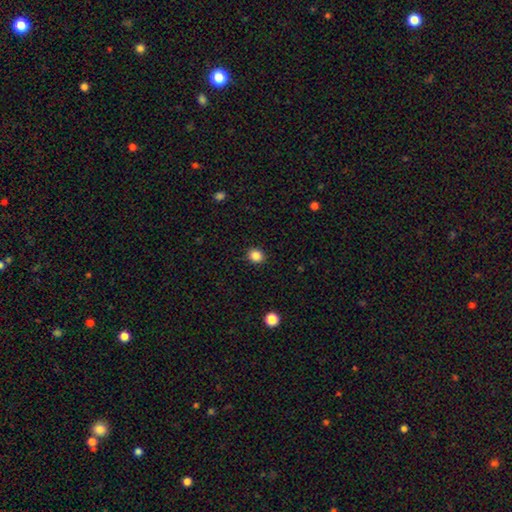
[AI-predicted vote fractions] Smooth or featured: smooth — 86% (star or artifact — 11%)
How rounded: round — 76% (in between — 23%)
Merging: none — 90% (minor disturbance — 7%)